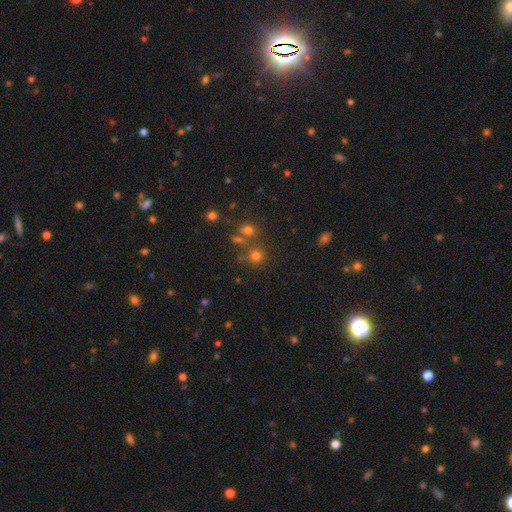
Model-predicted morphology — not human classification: smooth_or_featured: smooth (p=0.65) [alt: star or artifact p=0.26]
how_rounded: round (p=0.90) [alt: in between p=0.09]
merging: none (p=0.69) [alt: merger p=0.18]